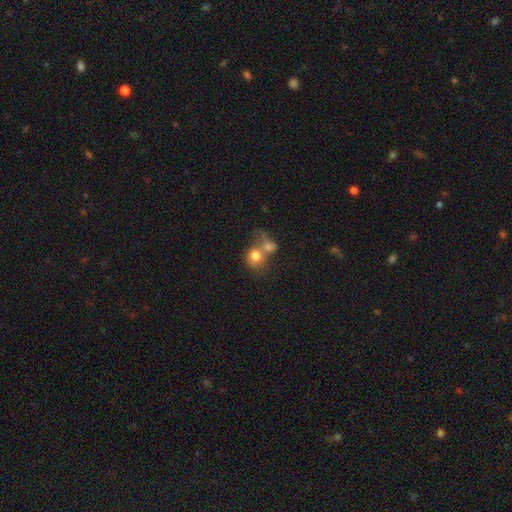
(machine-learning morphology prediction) This appears to be a smooth galaxy with no disk features (76%) that is round (73%). Merging: merger (63%).